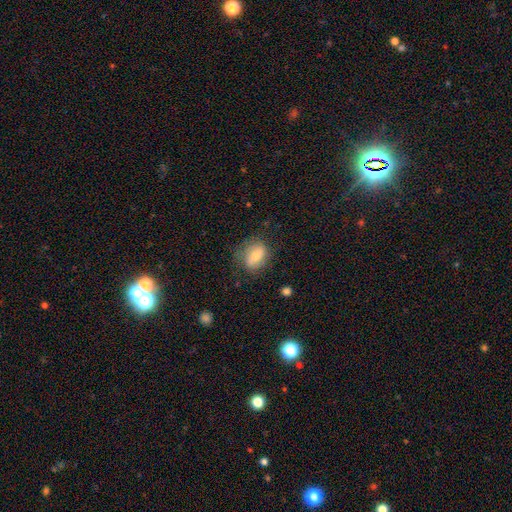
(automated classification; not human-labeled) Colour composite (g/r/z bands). It shows a smooth galaxy with no disk features (66%) that is in between round and cigar-shaped (68%). Merging: none (65%).